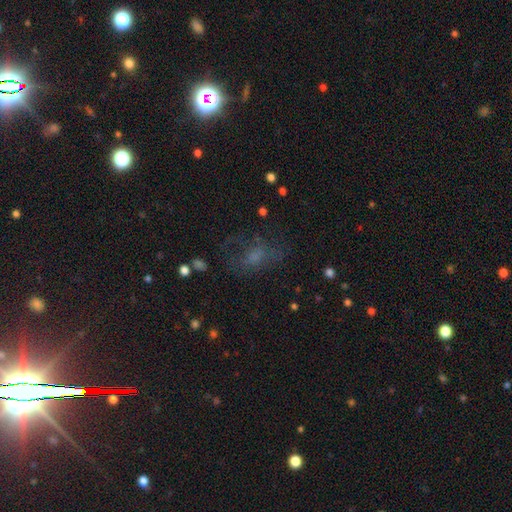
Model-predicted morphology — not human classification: Overall: smooth (46%; featured or disk 30%). Merging: none (50%; major disturbance 27%).